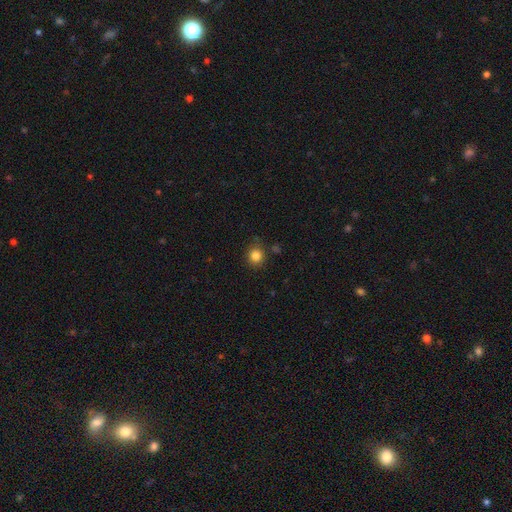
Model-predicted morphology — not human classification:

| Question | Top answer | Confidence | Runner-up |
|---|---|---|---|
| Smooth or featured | smooth | 84% | star or artifact (12%) |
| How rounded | round | 88% | in between (11%) |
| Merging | none | 84% | minor disturbance (11%) |